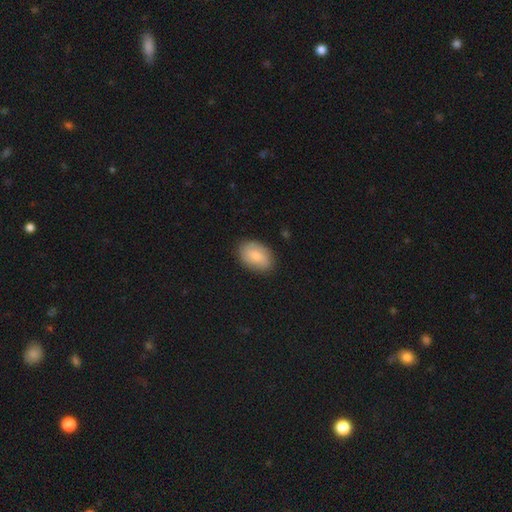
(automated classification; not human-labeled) The model was most divided on "smooth or featured": smooth: 78%, featured or disk: 16%, star or artifact: 6%. More confident: merging — none (85%); how rounded — in between (85%).